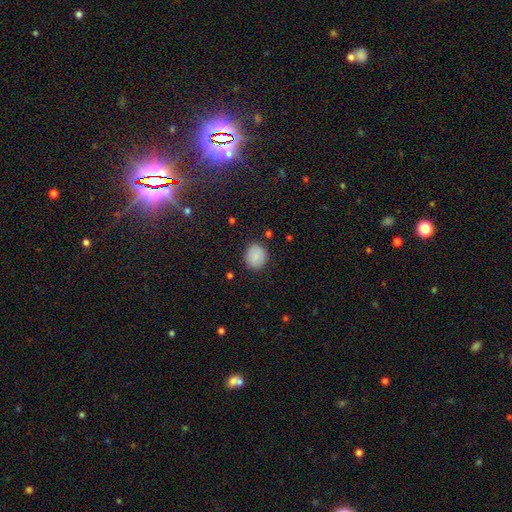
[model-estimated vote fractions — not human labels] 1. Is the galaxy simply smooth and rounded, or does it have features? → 87% smooth, 8% star or artifact, 5% featured or disk.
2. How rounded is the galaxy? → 73% round, 26% in between, 1% cigar-shaped.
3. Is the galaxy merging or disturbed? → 86% none, 9% minor disturbance, 3% major disturbance, 1% merger.